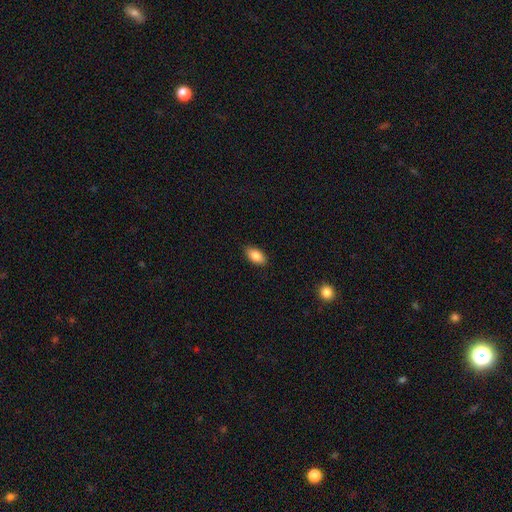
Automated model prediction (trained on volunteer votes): Smooth or featured?
  - smooth: 85% *
  - featured or disk: 8%
  - star or artifact: 7%
How rounded?
  - in between: 92% *
  - cigar-shaped: 4%
  - round: 3%
Merging?
  - none: 89% *
  - minor disturbance: 9%
  - major disturbance: 2%
  - merger: 1%